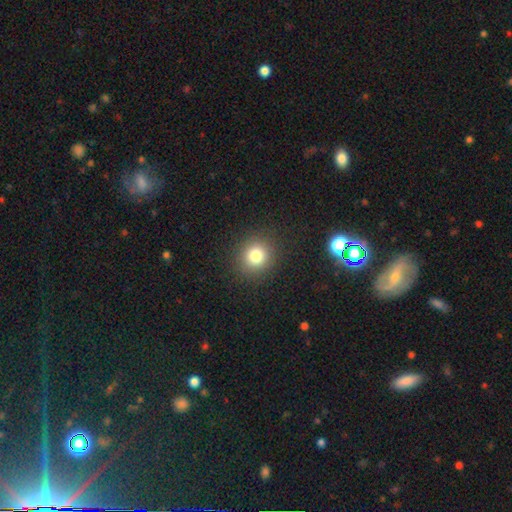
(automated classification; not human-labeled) Smooth or featured? Predicted: smooth (p=0.80). How rounded? Predicted: round (p=0.87). Merging? Predicted: none (p=0.90).